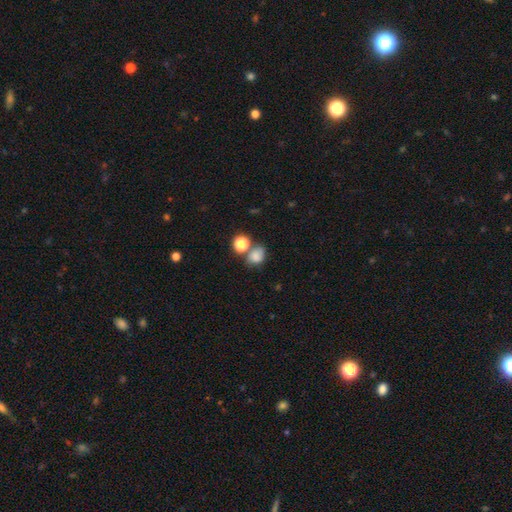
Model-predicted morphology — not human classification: smooth 79%, star or artifact 13%, featured or disk 9%. Down the decision tree: how rounded — round (54%); merging — none (47%).